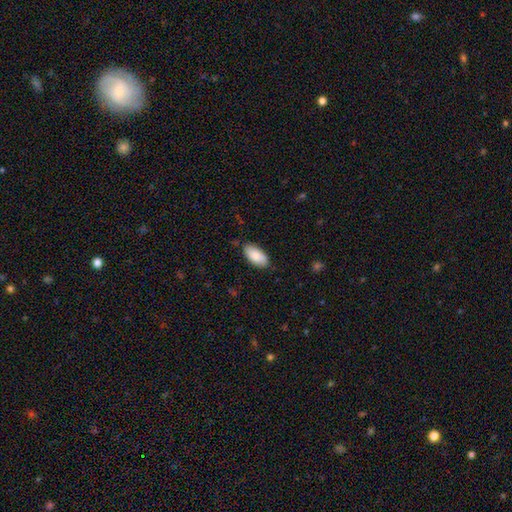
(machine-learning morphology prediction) This appears to be a smooth galaxy with no disk features (86%) that is in between round and cigar-shaped (93%). Merging: none (82%).